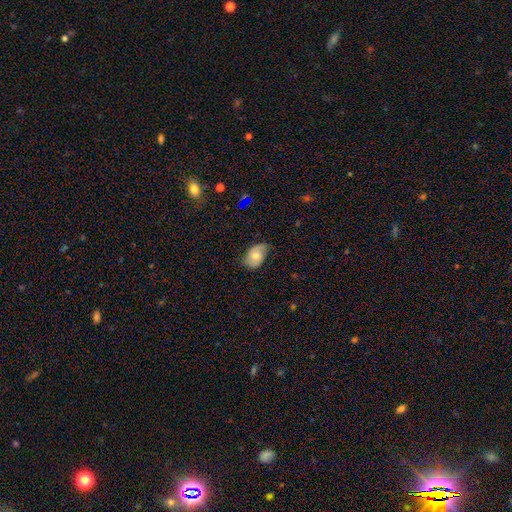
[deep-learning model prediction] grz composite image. It shows a smooth galaxy with no disk features (50%). Merging: none (56%).